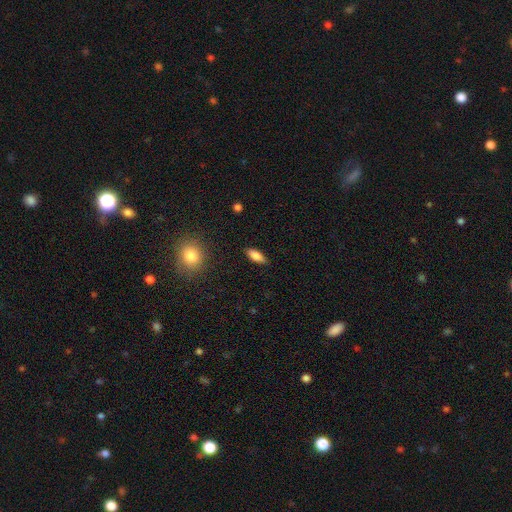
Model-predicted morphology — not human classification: Smooth or featured: smooth — 83% (featured or disk — 9%)
How rounded: in between — 76% (cigar-shaped — 21%)
Merging: none — 87% (minor disturbance — 10%)